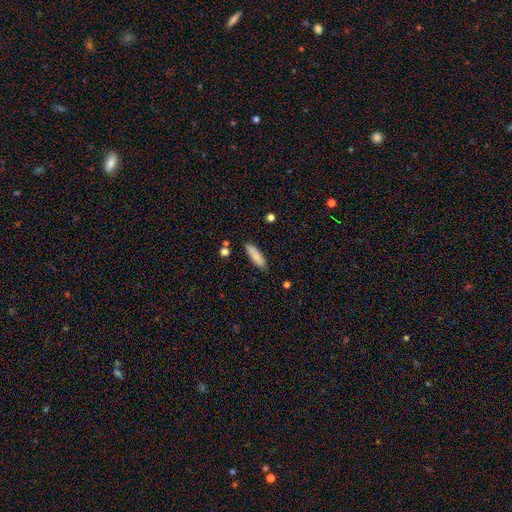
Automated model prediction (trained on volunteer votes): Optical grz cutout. It shows a smooth galaxy with no disk features (85%) that is cigar-shaped (55%). Merging: none (82%).